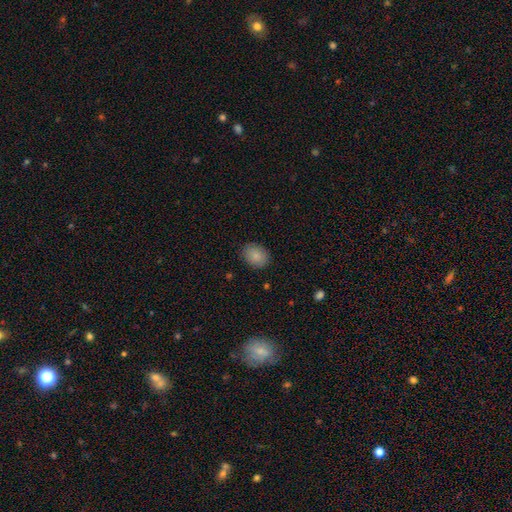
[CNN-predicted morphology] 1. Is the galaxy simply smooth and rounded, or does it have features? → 87% smooth, 8% star or artifact, 5% featured or disk.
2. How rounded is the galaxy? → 61% in between, 38% round, 1% cigar-shaped.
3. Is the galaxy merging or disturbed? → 87% none, 10% minor disturbance, 2% major disturbance, 1% merger.